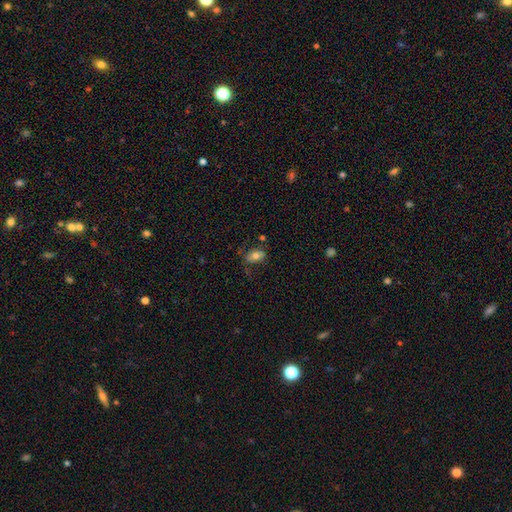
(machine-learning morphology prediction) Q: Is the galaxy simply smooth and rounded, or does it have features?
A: smooth — 72%.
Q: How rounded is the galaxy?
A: in between — 87%.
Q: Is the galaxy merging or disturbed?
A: none — 64%.